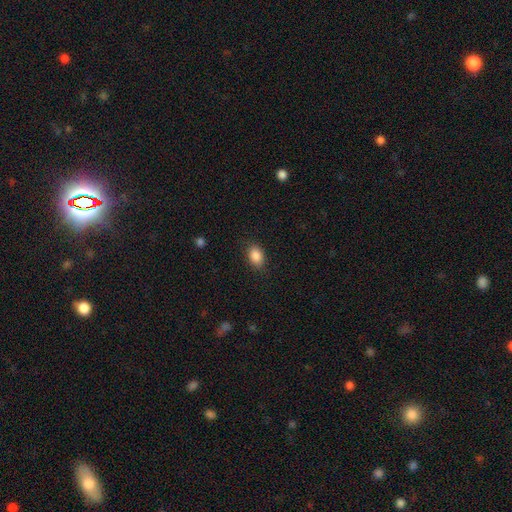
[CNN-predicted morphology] Smooth or featured: smooth — 88% (star or artifact — 8%)
How rounded: in between — 81% (round — 18%)
Merging: none — 84% (minor disturbance — 11%)